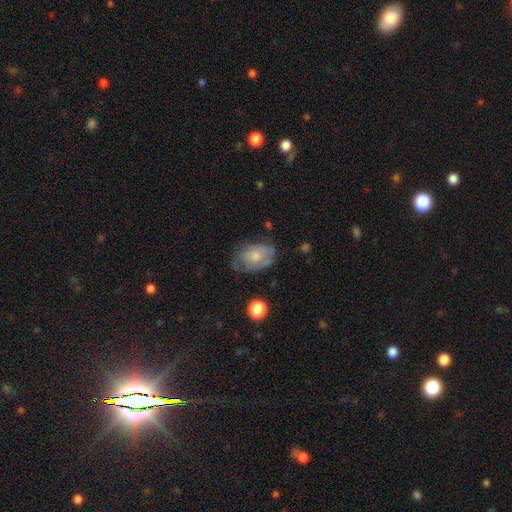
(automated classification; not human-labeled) Overall: smooth (52%; featured or disk 40%). How rounded: in between (80%). Merging: none (52%; minor disturbance 31%).